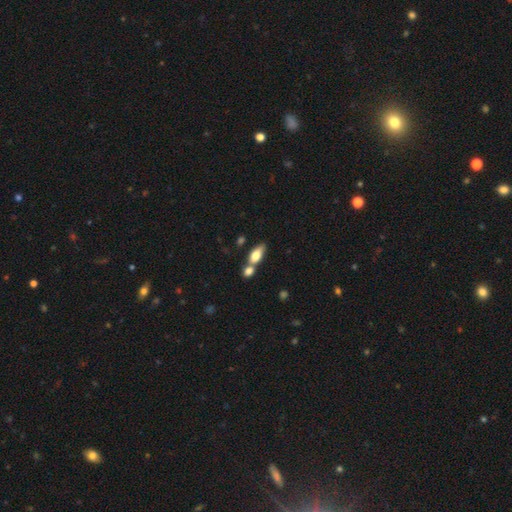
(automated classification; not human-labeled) The model was most divided on "merging": none: 44%, merger: 41%, minor disturbance: 11%, major disturbance: 4%. More confident: how rounded — in between (79%); smooth or featured — smooth (75%).